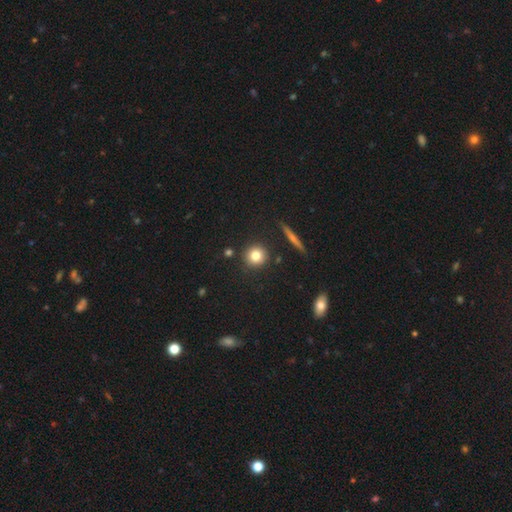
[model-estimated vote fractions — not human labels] This is likely a smooth galaxy (79%). How rounded: clearly round (92%). Merging: clearly none (87%).